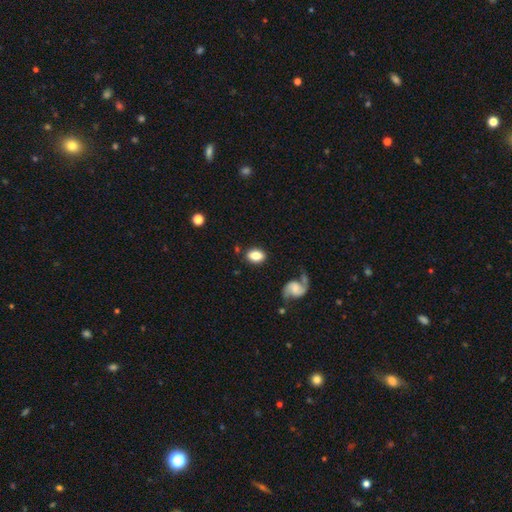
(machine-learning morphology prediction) smooth 76%, featured or disk 16%, star or artifact 7%. Down the decision tree: how rounded — in between (79%); merging — none (81%).